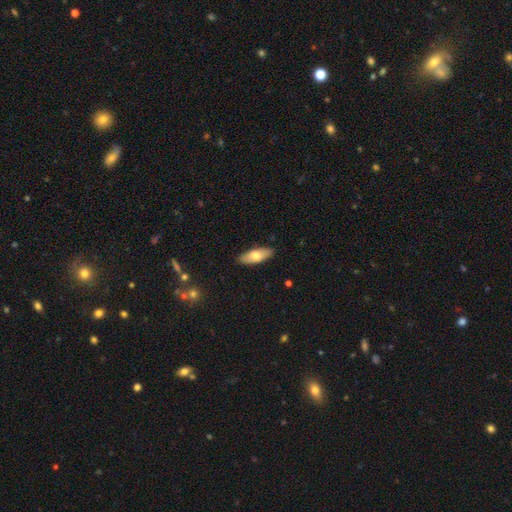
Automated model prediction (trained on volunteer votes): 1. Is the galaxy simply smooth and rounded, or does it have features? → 70% smooth, 24% featured or disk, 6% star or artifact.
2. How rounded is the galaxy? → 70% in between, 28% cigar-shaped, 2% round.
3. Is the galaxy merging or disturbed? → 88% none, 10% minor disturbance, 2% major disturbance, 1% merger.